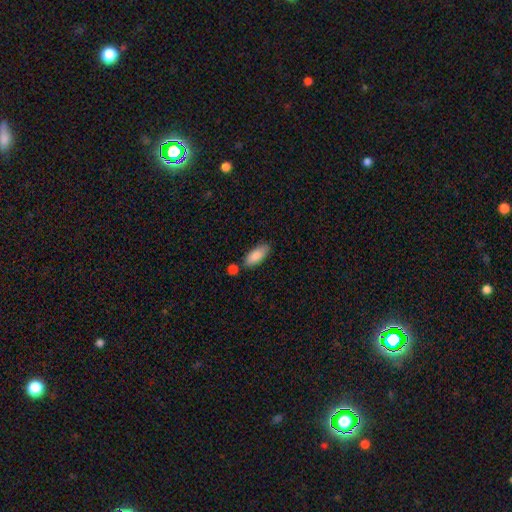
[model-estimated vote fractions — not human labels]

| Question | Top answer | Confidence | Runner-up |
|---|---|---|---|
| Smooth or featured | smooth | 87% | featured or disk (7%) |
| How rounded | in between | 80% | cigar-shaped (18%) |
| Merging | none | 73% | minor disturbance (14%) |